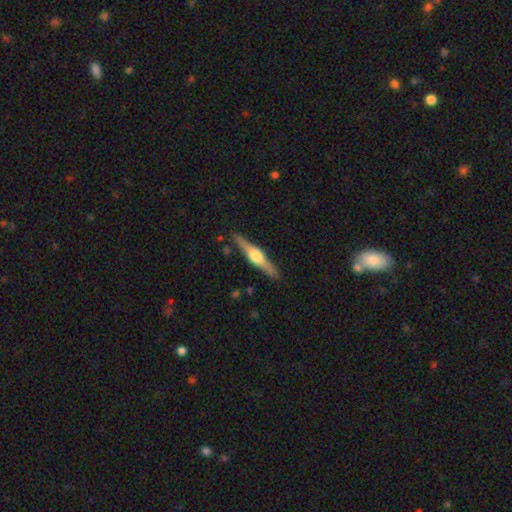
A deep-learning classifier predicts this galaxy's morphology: smooth-or-featured: featured or disk: 76% | smooth: 19% | star or artifact: 5%
  disk-edge-on: yes: 98% | no: 2%
    edge-on-bulge: rounded: 92% | boxy: 6% | none: 2%
  merging: none: 89% | minor disturbance: 8% | major disturbance: 2% | merger: 1%